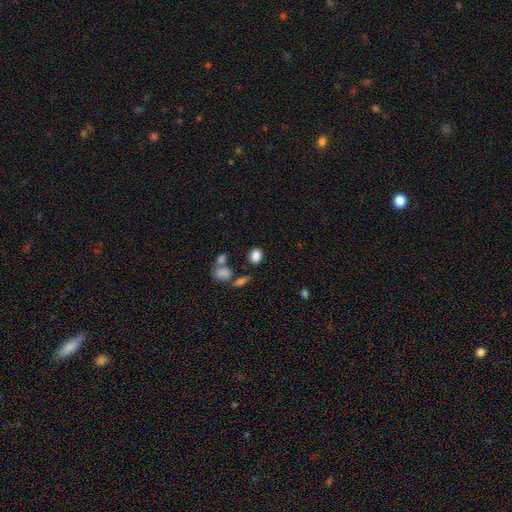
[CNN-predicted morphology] This is clearly a smooth galaxy (84%). How rounded: likely in between (64%). Merging: likely none (74%).